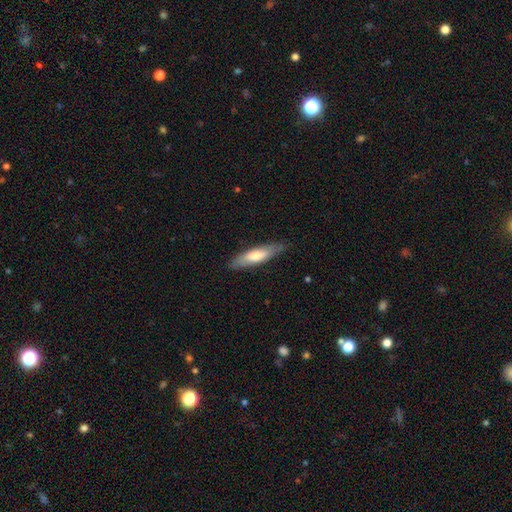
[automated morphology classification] This is likely a smooth galaxy (62%). How rounded: likely cigar-shaped (66%). Merging: clearly none (82%).